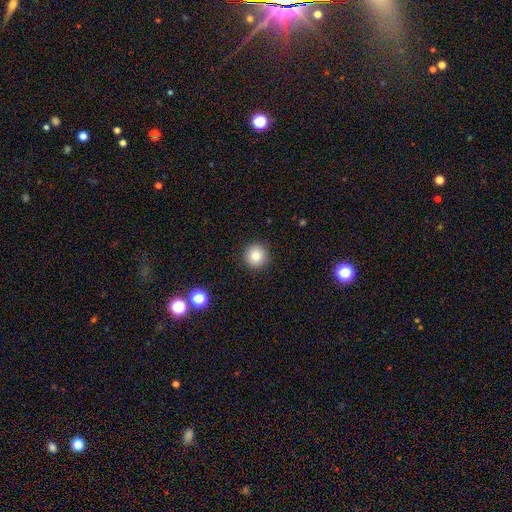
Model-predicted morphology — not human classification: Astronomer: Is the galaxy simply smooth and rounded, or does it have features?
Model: smooth — 84%.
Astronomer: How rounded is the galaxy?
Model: round — 95%.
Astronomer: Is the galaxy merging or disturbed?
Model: none — 92%.